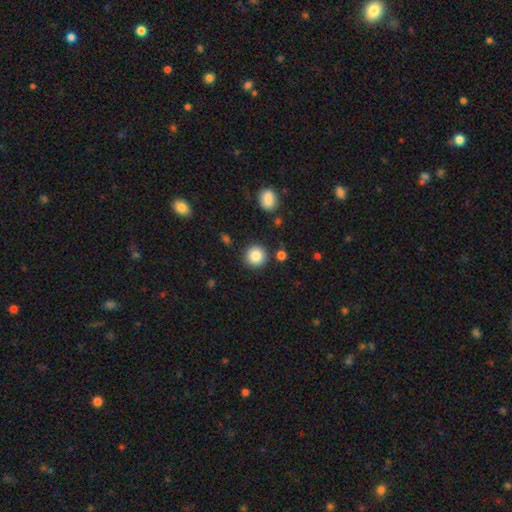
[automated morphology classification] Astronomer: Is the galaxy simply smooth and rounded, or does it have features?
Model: smooth — 86%.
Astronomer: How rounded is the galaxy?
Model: round — 94%.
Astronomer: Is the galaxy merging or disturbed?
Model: none — 89%.